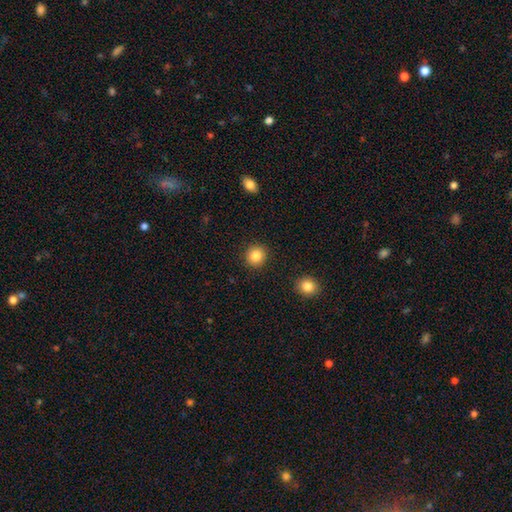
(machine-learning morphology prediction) smooth_or_featured: smooth (p=0.86) [alt: star or artifact p=0.09]
how_rounded: round (p=0.90) [alt: in between p=0.09]
merging: none (p=0.91) [alt: minor disturbance p=0.06]